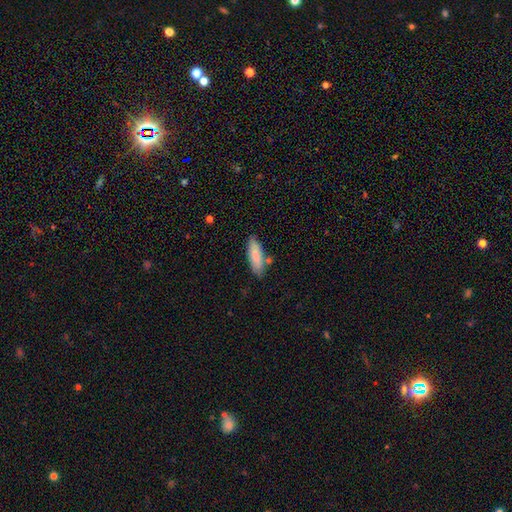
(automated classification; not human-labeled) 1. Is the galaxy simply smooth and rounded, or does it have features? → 82% smooth, 12% featured or disk, 6% star or artifact.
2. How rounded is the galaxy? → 60% in between, 39% cigar-shaped, 2% round.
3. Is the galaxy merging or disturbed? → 77% none, 15% minor disturbance, 6% merger, 3% major disturbance.